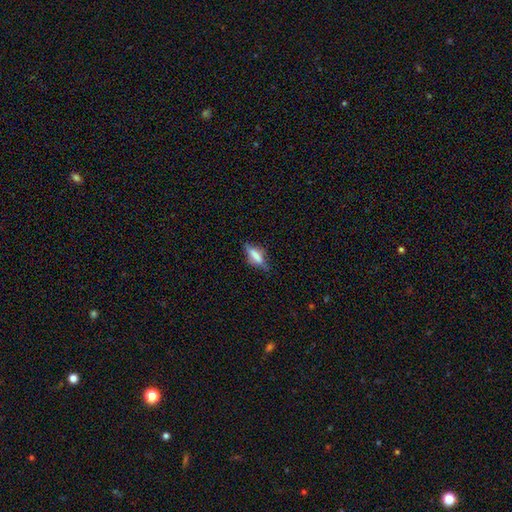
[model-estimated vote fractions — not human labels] smooth_or_featured: smooth (p=0.56) [alt: featured or disk p=0.34]
how_rounded: in between (p=0.51) [alt: cigar-shaped p=0.45]
merging: none (p=0.70) [alt: minor disturbance p=0.22]